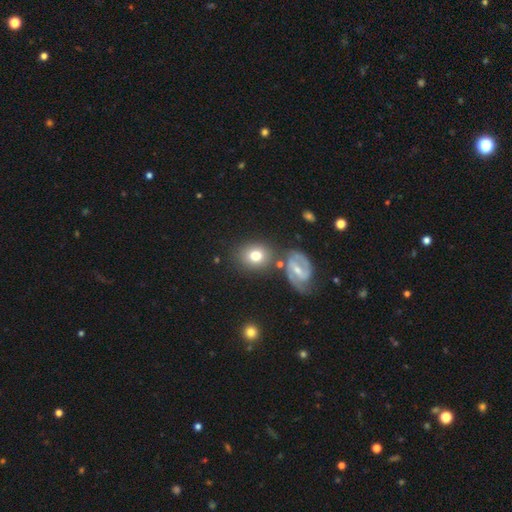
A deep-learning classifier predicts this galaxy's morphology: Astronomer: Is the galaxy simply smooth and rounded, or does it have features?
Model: smooth — 67%.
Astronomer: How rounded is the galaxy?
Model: round — 61% (runner-up: in between, 38%).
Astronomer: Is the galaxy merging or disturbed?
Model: none — 65%.